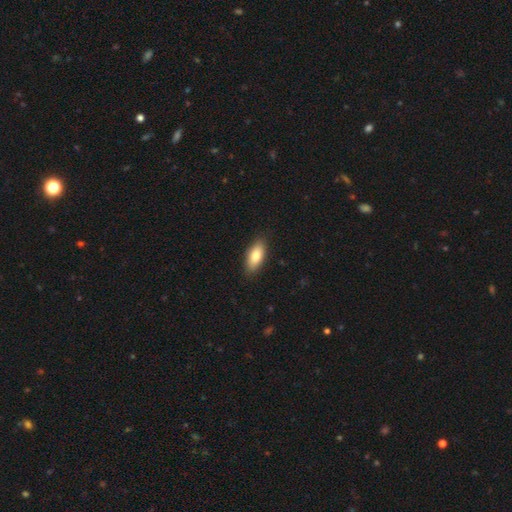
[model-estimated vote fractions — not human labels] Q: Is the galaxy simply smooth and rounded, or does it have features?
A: smooth — 80%.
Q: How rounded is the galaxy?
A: in between — 83%.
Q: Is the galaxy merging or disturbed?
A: none — 87%.